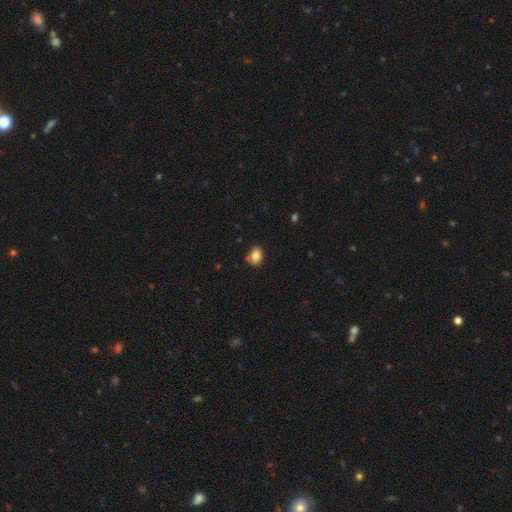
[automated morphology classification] Smooth or featured?
  - smooth: 84% *
  - star or artifact: 9%
  - featured or disk: 7%
How rounded?
  - in between: 74% *
  - round: 25%
  - cigar-shaped: 1%
Merging?
  - none: 73% *
  - minor disturbance: 19%
  - merger: 5%
  - major disturbance: 3%